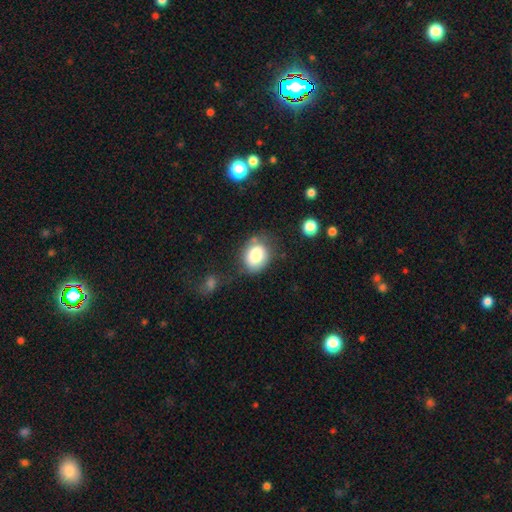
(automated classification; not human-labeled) smooth 78%, featured or disk 13%, star or artifact 9%. Down the decision tree: how rounded — in between (56%); merging — none (61%).